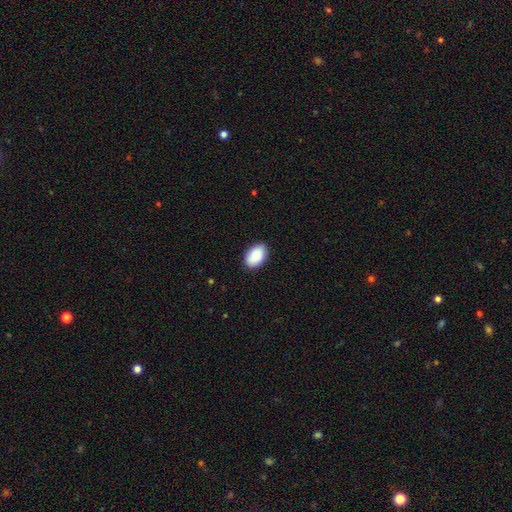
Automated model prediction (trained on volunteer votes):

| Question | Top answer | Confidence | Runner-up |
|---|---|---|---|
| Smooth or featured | smooth | 90% | star or artifact (6%) |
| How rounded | in between | 92% | round (7%) |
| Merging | none | 88% | minor disturbance (9%) |